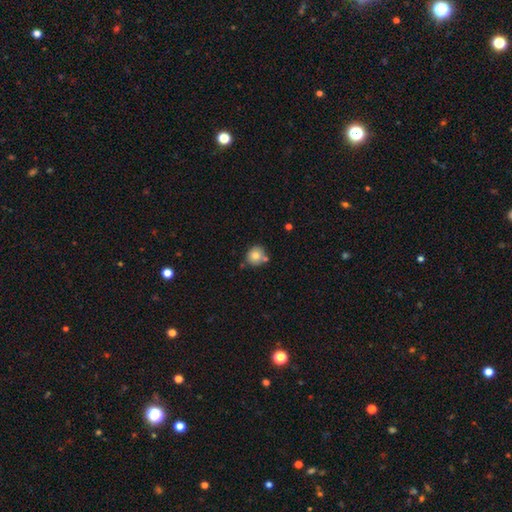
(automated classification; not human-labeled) smooth_or_featured: smooth (p=0.80) [alt: featured or disk p=0.10]
how_rounded: round (p=0.87) [alt: in between p=0.12]
merging: none (p=0.67) [alt: merger p=0.16]